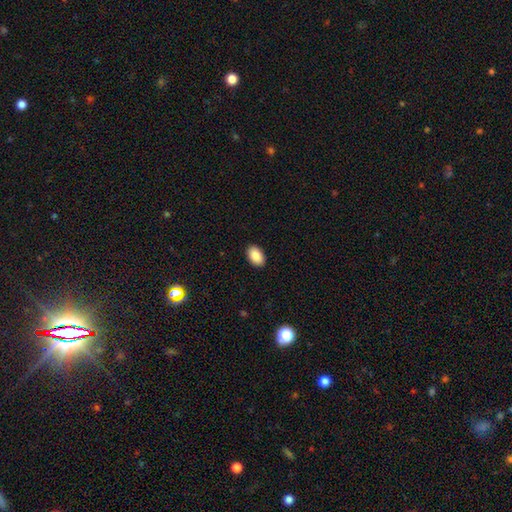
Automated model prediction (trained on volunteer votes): Smooth or featured: smooth — 89% (star or artifact — 7%)
How rounded: in between — 92% (round — 6%)
Merging: none — 90% (minor disturbance — 7%)